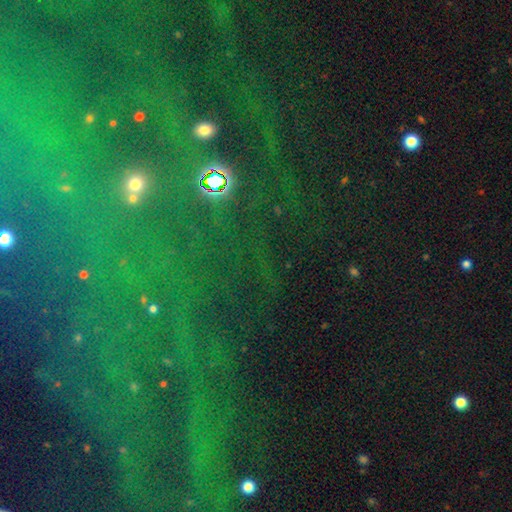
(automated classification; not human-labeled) A star or artifact, not a galaxy (74%).